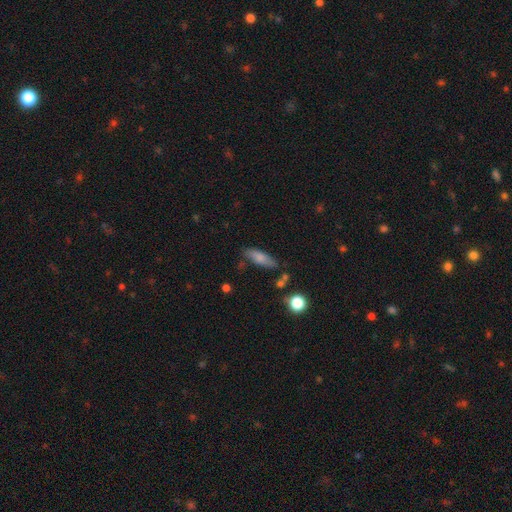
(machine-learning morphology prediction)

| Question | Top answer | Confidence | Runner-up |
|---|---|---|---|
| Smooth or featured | smooth | 60% | featured or disk (26%) |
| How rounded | cigar-shaped | 54% | in between (42%) |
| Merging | none | 74% | minor disturbance (17%) |